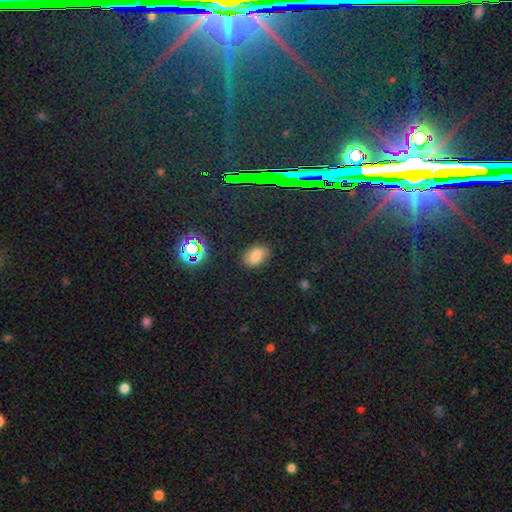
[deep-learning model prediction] Smooth or featured? smooth (76%)
How rounded? in between (83%)
Merging? none (83%)